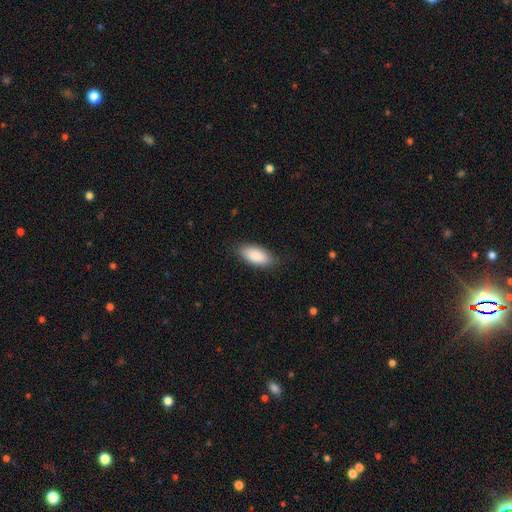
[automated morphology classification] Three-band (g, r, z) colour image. It shows a smooth galaxy with no disk features (88%) that is in between round and cigar-shaped (88%). Merging: none (85%).